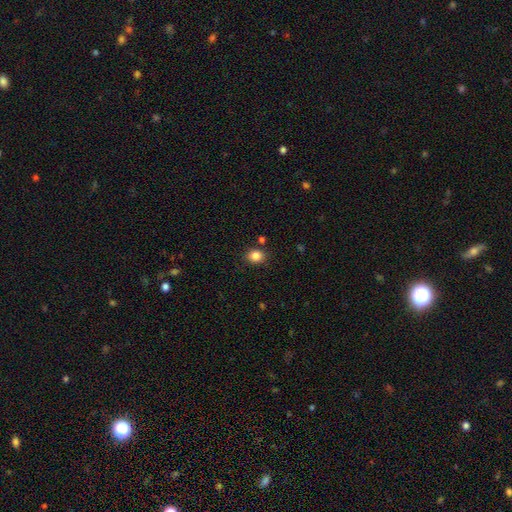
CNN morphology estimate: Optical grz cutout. It shows a smooth galaxy with no disk features (84%) that is round (55%). Merging: none (84%).